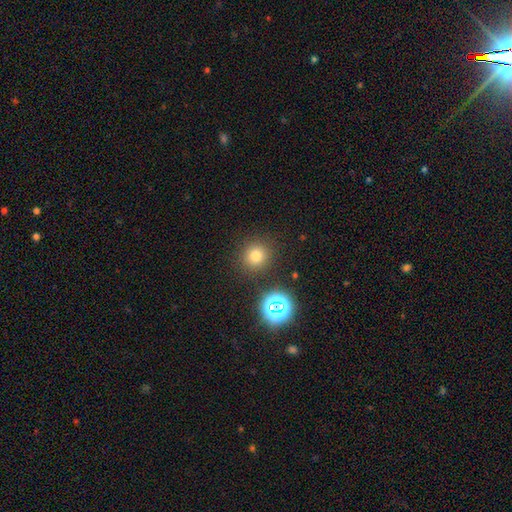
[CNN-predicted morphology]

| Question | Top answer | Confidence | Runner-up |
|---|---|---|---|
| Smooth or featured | smooth | 74% | star or artifact (19%) |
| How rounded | round | 93% | in between (6%) |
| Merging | none | 87% | minor disturbance (7%) |